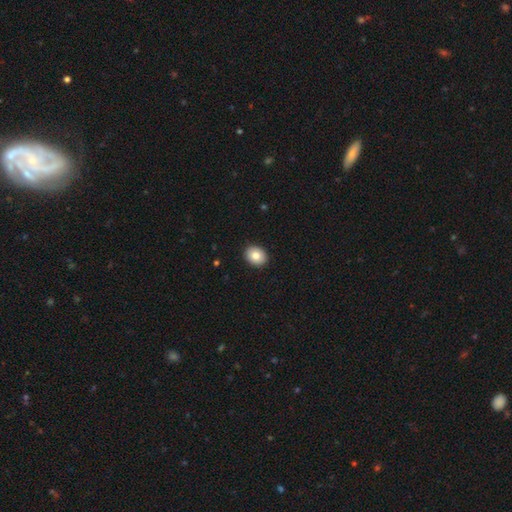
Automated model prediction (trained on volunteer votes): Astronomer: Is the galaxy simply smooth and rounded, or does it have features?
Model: smooth — 81%.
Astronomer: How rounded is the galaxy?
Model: round — 55% (runner-up: in between, 44%).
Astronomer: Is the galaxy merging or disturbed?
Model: none — 92%.